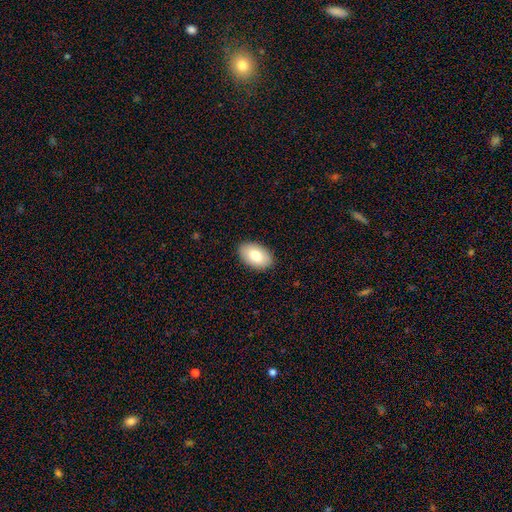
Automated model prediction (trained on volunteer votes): Smooth or featured?
  - smooth: 81% *
  - featured or disk: 13%
  - star or artifact: 6%
How rounded?
  - in between: 94% *
  - round: 5%
  - cigar-shaped: 1%
Merging?
  - none: 89% *
  - minor disturbance: 8%
  - major disturbance: 2%
  - merger: 1%